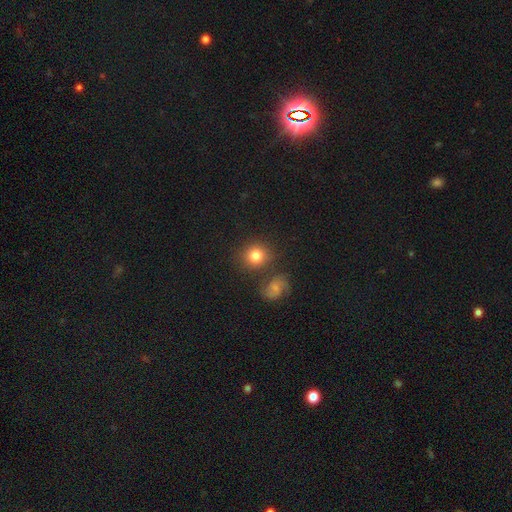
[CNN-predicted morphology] Overall: smooth (80%). How rounded: round (87%). Merging: none (75%).